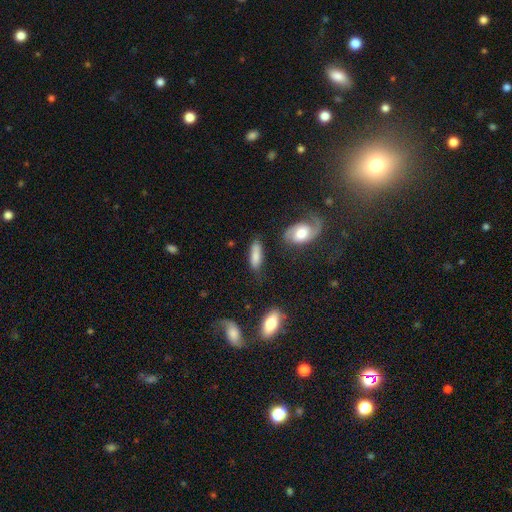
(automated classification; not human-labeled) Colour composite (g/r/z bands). It shows a smooth galaxy with no disk features (77%) that is in between round and cigar-shaped (57%). Merging: none (71%).